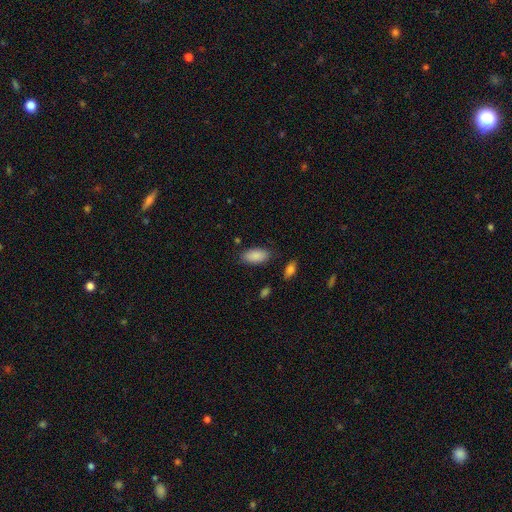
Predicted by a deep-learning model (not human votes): smooth 88%, star or artifact 7%, featured or disk 5%. Down the decision tree: how rounded — in between (93%); merging — none (81%).